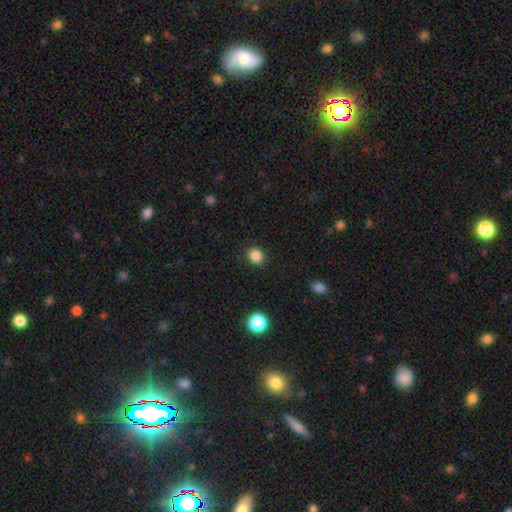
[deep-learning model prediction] Smooth or featured? smooth (85%)
How rounded? round (81%)
Merging? none (90%)